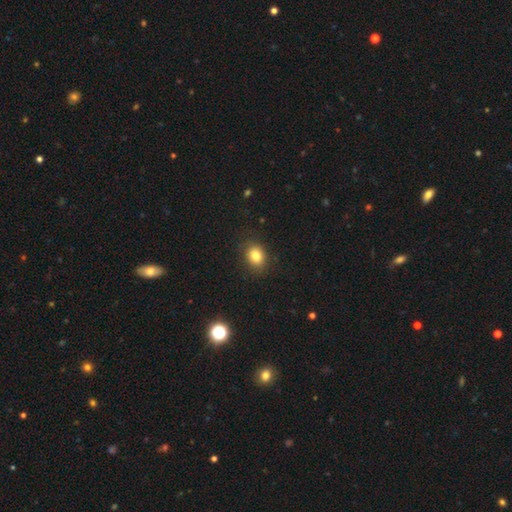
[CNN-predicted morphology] smooth-or-featured: smooth: 82% | star or artifact: 11% | featured or disk: 7%
  how-rounded: round: 50% (tied) | in between: 50% (tied) | cigar-shaped: 1%
  merging: none: 87% | minor disturbance: 10% | major disturbance: 3% | merger: 1%